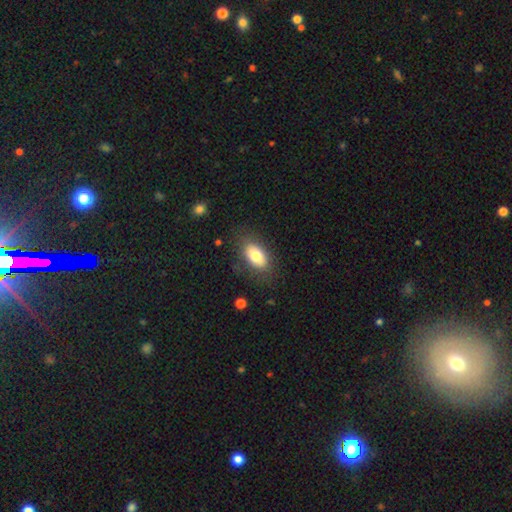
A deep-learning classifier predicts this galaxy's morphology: Smooth or featured?
  - smooth: 75% *
  - featured or disk: 17%
  - star or artifact: 8%
How rounded?
  - in between: 90% *
  - round: 7%
  - cigar-shaped: 3%
Merging?
  - none: 78% *
  - minor disturbance: 15%
  - major disturbance: 6%
  - merger: 2%